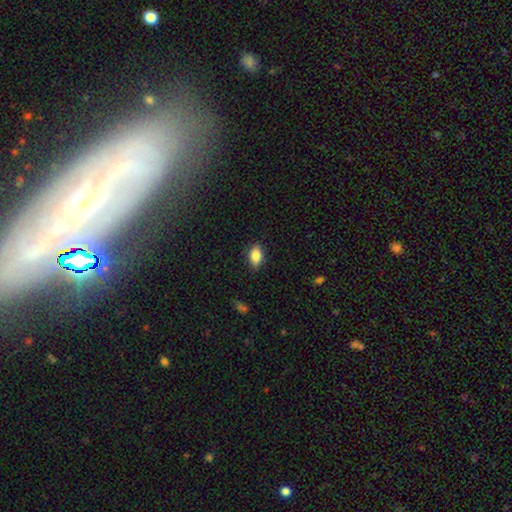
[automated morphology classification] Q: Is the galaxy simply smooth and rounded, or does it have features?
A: smooth — 86%.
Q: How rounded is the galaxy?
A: in between — 89%.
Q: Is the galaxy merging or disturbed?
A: none — 86%.